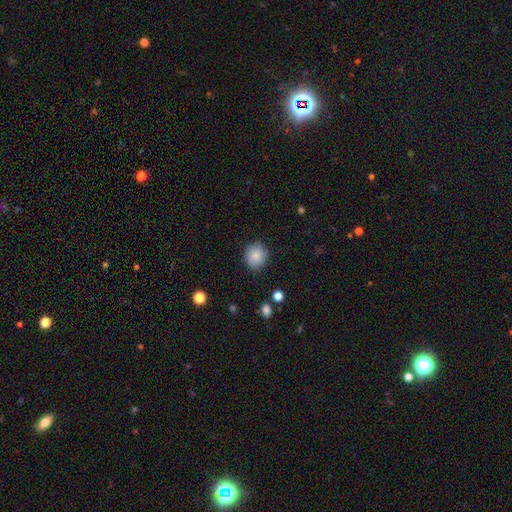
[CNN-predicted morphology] A smooth galaxy with no disk features (86%) that is round (78%). Merging: none (86%).